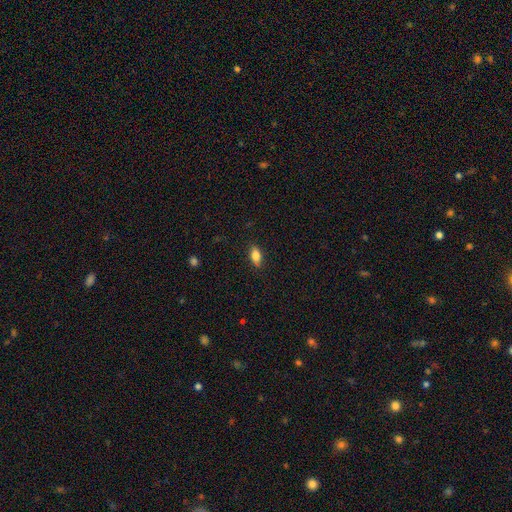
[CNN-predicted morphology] smooth 81%, featured or disk 11%, star or artifact 8%. Down the decision tree: how rounded — in between (86%); merging — none (86%).